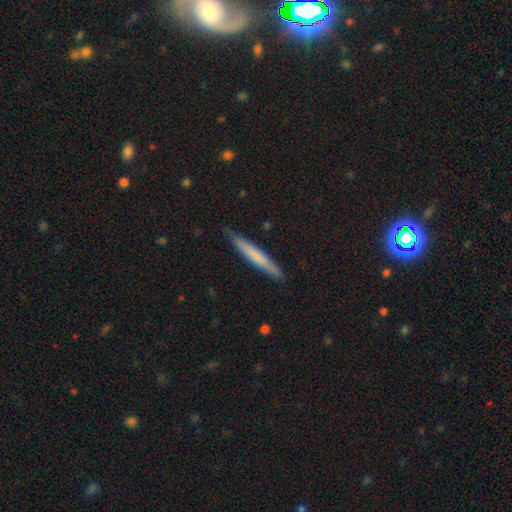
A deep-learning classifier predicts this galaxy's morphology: Q: Smooth or featured?
A: smooth (65%); runner-up: featured or disk (30%)
Q: How rounded?
A: cigar-shaped (96%); runner-up: in between (3%)
Q: Merging?
A: none (87%); runner-up: minor disturbance (10%)